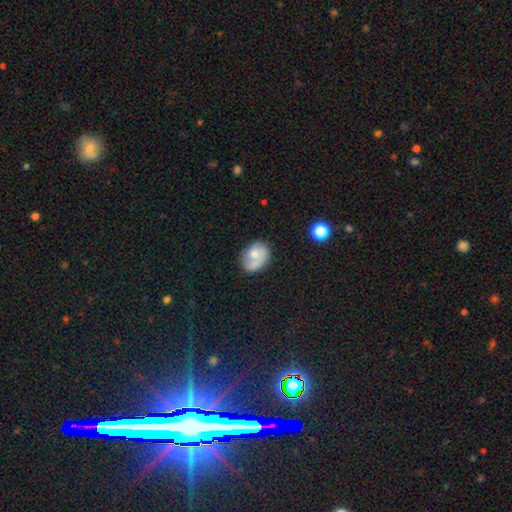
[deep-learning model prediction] smooth-or-featured: smooth: 61% | featured or disk: 31% | star or artifact: 9%
  how-rounded: in between: 62% | round: 37% | cigar-shaped: 1%
  merging: none: 49% | minor disturbance: 27% | merger: 13% | major disturbance: 12%